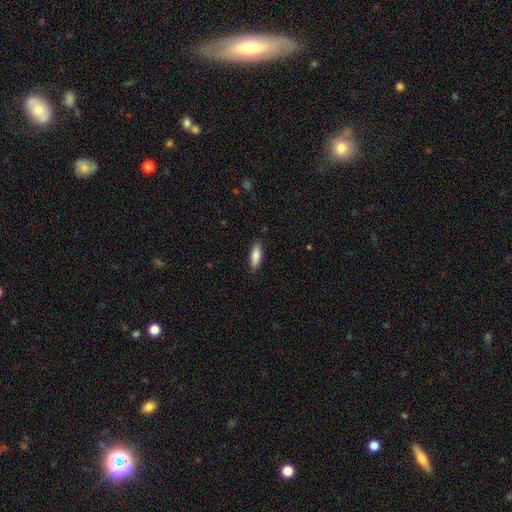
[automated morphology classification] Smooth or featured? Predicted: smooth (p=0.87). How rounded? Predicted: in between (p=0.62). Merging? Predicted: none (p=0.85).